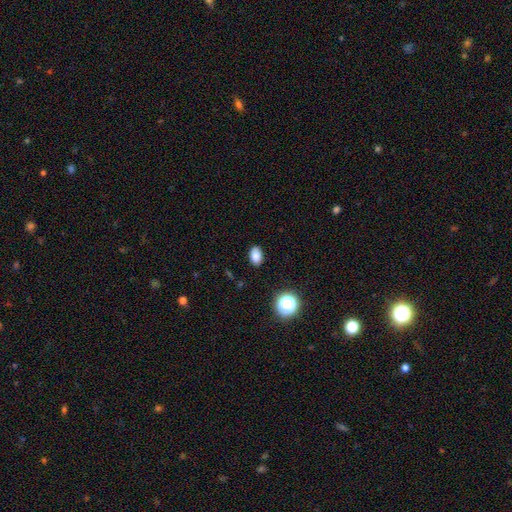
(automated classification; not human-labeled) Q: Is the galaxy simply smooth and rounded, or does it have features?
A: smooth — 84%.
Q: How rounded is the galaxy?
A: in between — 83%.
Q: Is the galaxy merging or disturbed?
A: none — 88%.